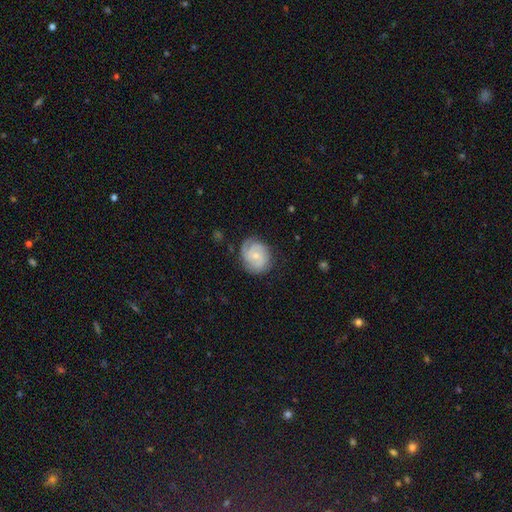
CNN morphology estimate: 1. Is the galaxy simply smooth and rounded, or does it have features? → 71% featured or disk, 22% smooth, 6% star or artifact.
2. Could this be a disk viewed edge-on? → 98% no, 2% yes.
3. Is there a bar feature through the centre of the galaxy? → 59% no, 36% weak, 5% strong.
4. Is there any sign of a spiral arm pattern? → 94% yes, 6% no.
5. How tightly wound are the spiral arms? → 56% tight, 35% medium, 9% loose.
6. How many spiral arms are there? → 42% 2, 26% 3, 20% can't tell, 5% 1, 4% 4, 3% more than 4.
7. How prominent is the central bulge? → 65% small, 29% moderate, 3% none, 1% large, 1% dominant.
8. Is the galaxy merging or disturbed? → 74% none, 18% minor disturbance, 6% major disturbance, 1% merger.